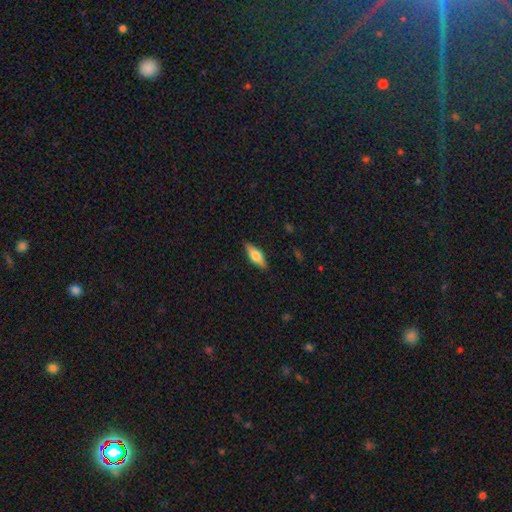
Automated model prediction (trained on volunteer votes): Q: Smooth or featured?
A: smooth (48%); runner-up: featured or disk (45%)
Q: Merging?
A: none (88%); runner-up: minor disturbance (9%)